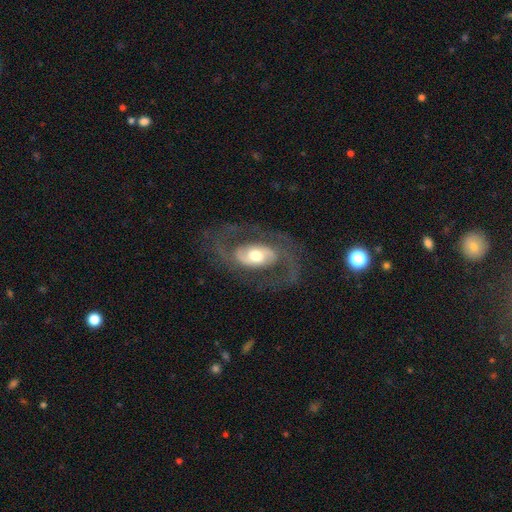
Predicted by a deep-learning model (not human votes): Q: Smooth or featured?
A: featured or disk (84%); runner-up: smooth (11%)
Q: Edge-on disk?
A: no (95%); runner-up: yes (5%)
Q: Bar?
A: no (41%); runner-up: weak (37%)
Q: Spiral arms?
A: yes (88%); runner-up: no (12%)
Q: Spiral winding?
A: medium (53%); runner-up: loose (24%)
Q: Spiral arm count?
A: 2 (87%); runner-up: can't tell (6%)
Q: Bulge size?
A: moderate (64%); runner-up: large (21%)
Q: Merging?
A: none (74%); runner-up: minor disturbance (12%)